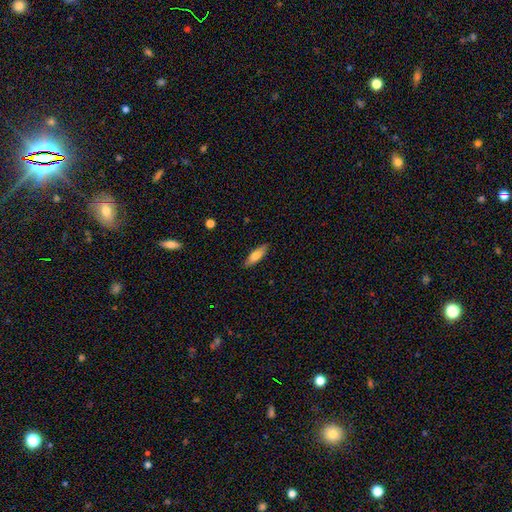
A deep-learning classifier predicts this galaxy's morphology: Smooth or featured? smooth (73%)
How rounded? in between (53%)
Merging? none (87%)